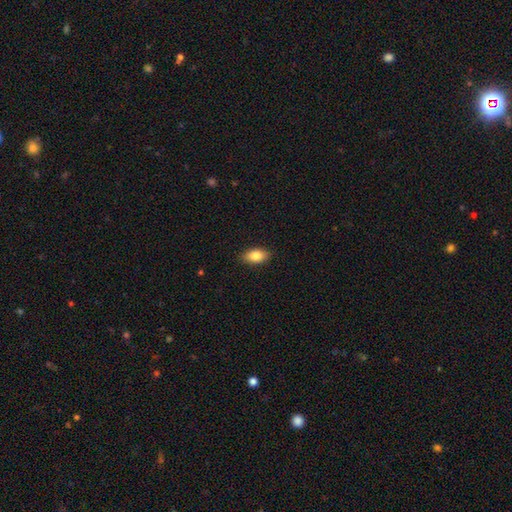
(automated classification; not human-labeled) Smooth or featured: smooth — 85% (featured or disk — 8%)
How rounded: in between — 90% (round — 5%)
Merging: none — 88% (minor disturbance — 9%)